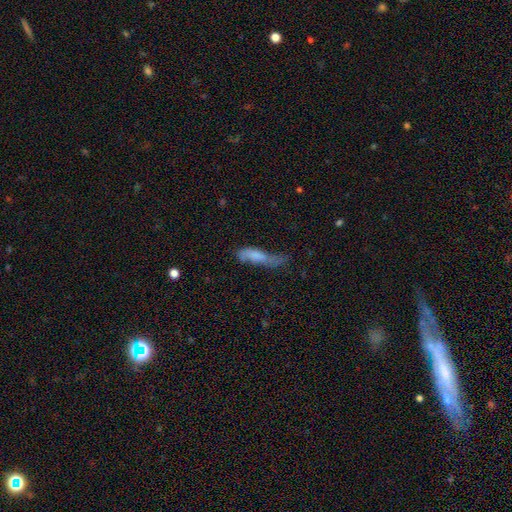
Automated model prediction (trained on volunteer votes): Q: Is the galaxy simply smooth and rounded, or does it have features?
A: smooth — 63%.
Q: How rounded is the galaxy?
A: cigar-shaped — 62%.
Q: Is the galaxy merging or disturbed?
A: none — 34%.